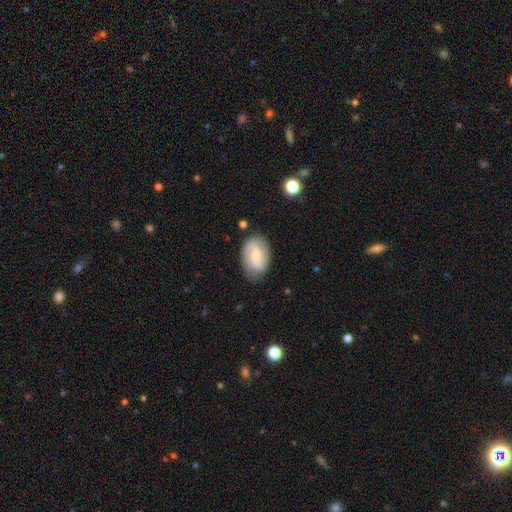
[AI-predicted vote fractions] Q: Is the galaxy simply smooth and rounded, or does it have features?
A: featured or disk — 63%.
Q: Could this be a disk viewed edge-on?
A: no — 97%.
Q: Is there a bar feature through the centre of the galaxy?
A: weak — 48%.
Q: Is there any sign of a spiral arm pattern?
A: yes — 92%.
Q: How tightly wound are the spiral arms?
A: medium — 41%.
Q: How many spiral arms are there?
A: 2 — 81%.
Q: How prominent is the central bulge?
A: small — 58%.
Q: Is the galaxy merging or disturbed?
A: none — 75%.